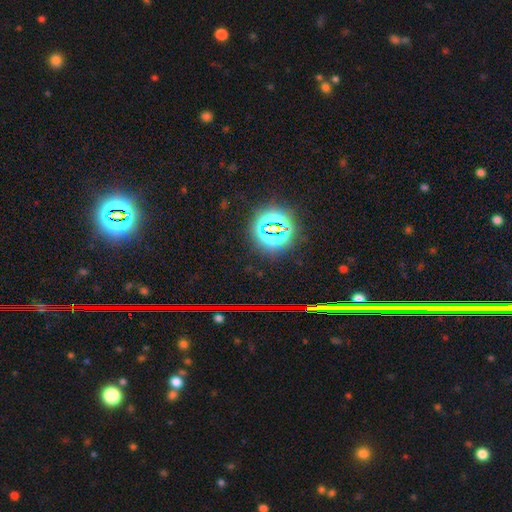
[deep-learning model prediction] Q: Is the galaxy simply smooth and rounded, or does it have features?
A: star or artifact — 78%.